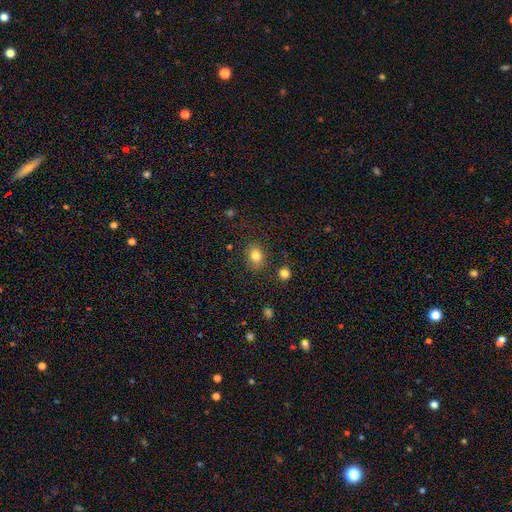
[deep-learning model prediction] This is clearly a smooth galaxy (82%). How rounded: possibly in between (55%). Merging: clearly none (80%).